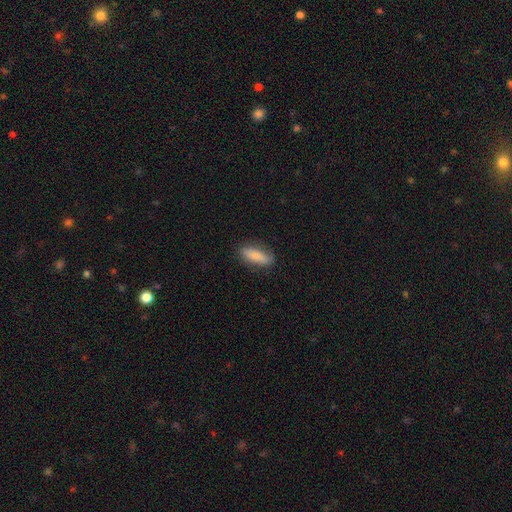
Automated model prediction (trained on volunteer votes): This appears to be a smooth galaxy with no disk features (77%) that is in between round and cigar-shaped (61%). Merging: none (82%).